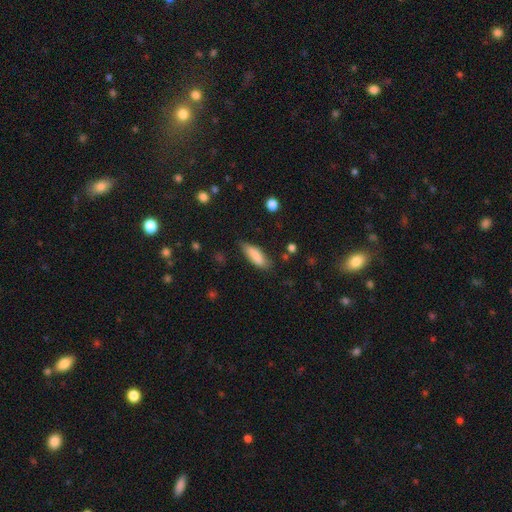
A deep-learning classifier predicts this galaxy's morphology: Smooth or featured?
  - smooth: 83% *
  - featured or disk: 11%
  - star or artifact: 7%
How rounded?
  - in between: 58% *
  - cigar-shaped: 40%
  - round: 2%
Merging?
  - none: 68% *
  - minor disturbance: 25%
  - major disturbance: 5%
  - merger: 2%